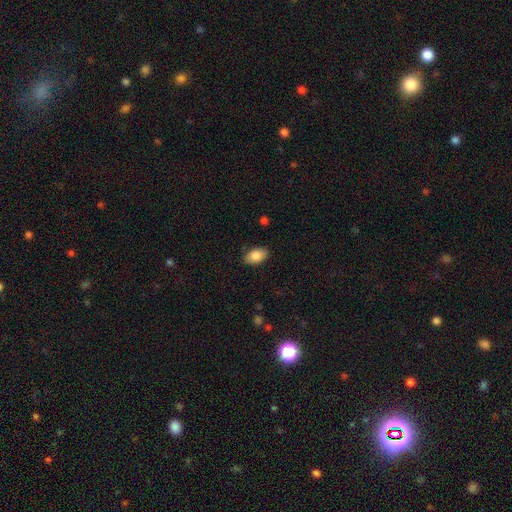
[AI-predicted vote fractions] This appears to be a smooth galaxy with no disk features (87%) that is in between round and cigar-shaped (93%). Merging: none (86%).